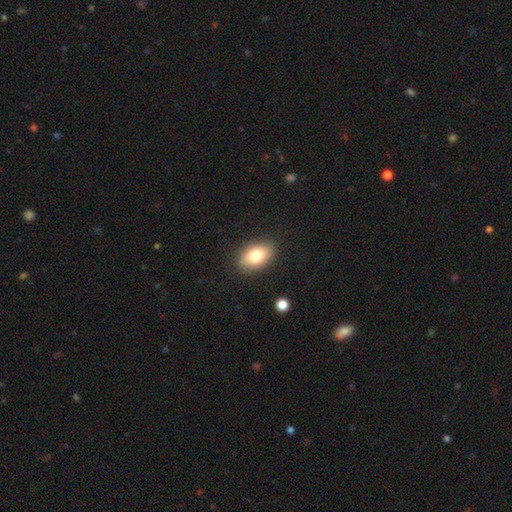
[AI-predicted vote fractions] Q: Smooth or featured?
A: smooth (78%); runner-up: featured or disk (14%)
Q: How rounded?
A: in between (88%); runner-up: round (10%)
Q: Merging?
A: none (88%); runner-up: minor disturbance (9%)